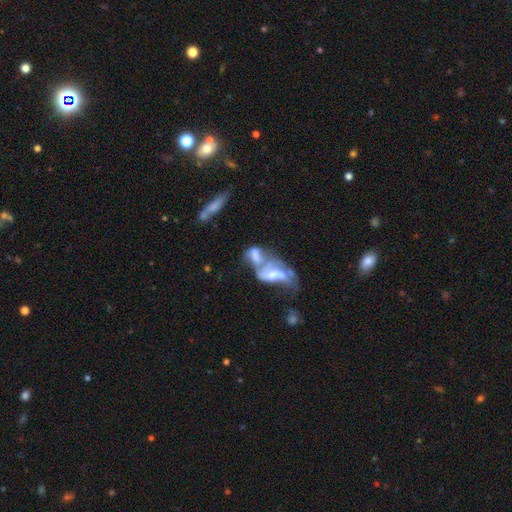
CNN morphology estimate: The model was most divided on "spiral arms": yes: 52%, no: 48%. Remaining: edge-on disk — no (94%); merging — merger (73%); bar — no (63%); smooth or featured — featured or disk (55%); bulge size — moderate (38%).